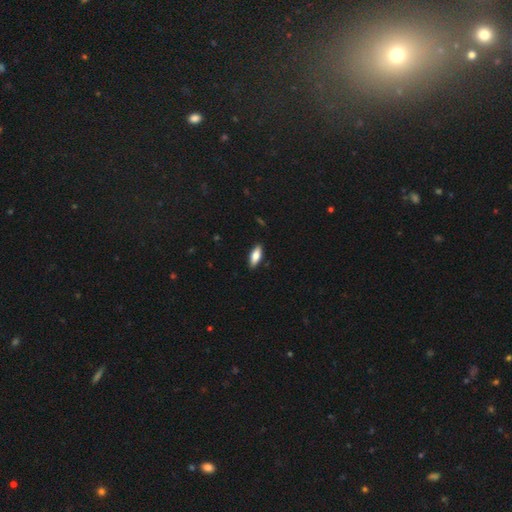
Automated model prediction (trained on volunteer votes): Smooth or featured? smooth (76%)
How rounded? in between (72%)
Merging? none (89%)